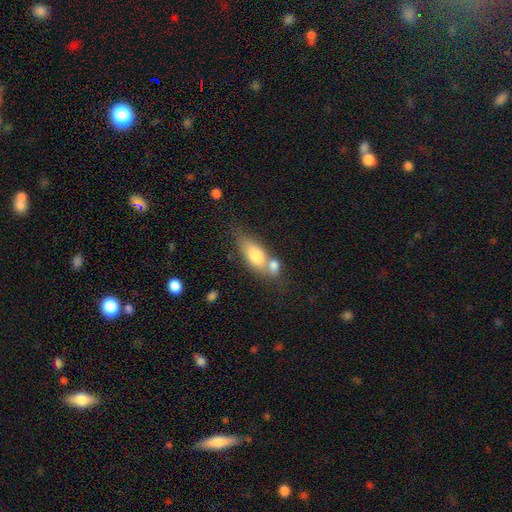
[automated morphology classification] Overall: smooth (75%). How rounded: in between (79%). Merging: merger (47%; none 34%).